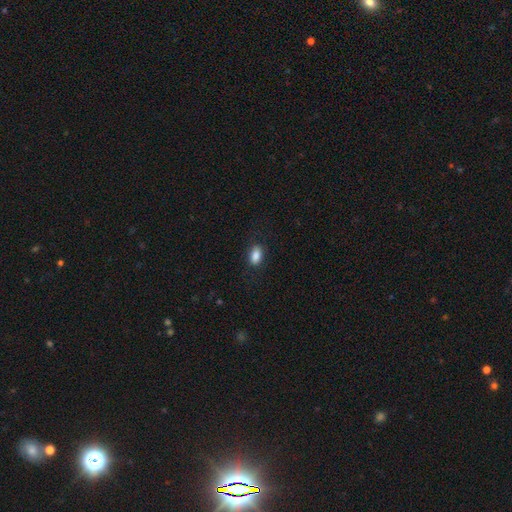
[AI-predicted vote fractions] A smooth galaxy with no disk features (87%) that is in between round and cigar-shaped (88%).

Vote fractions:
- Smooth or featured? smooth: 87% / star or artifact: 8% / featured or disk: 5%
- How rounded? in between: 88% / round: 9% / cigar-shaped: 3%
- Merging? none: 84% / minor disturbance: 12% / major disturbance: 4% / merger: 1%